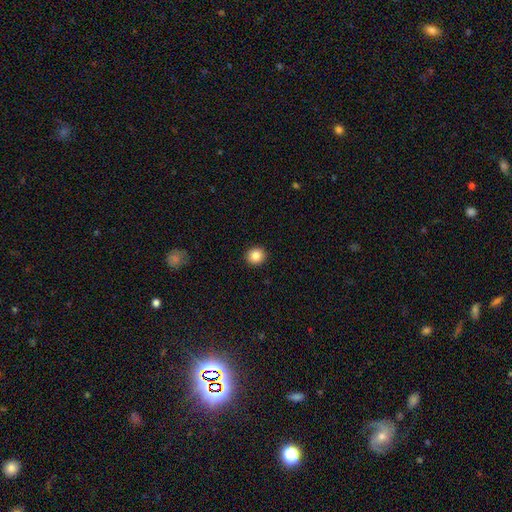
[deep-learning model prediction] smooth 85%, star or artifact 10%, featured or disk 6%. Down the decision tree: how rounded — round (88%); merging — none (93%).